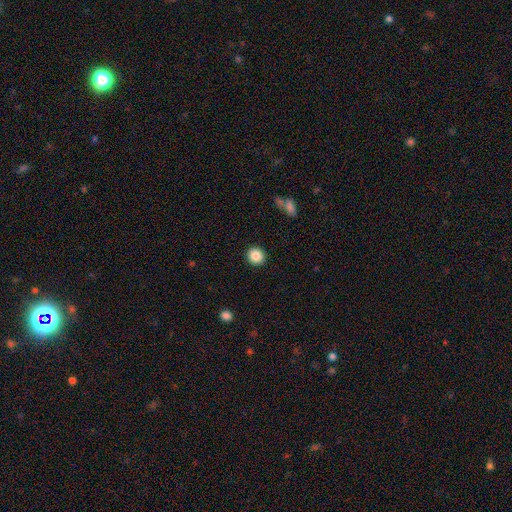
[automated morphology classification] A smooth galaxy with no disk features (87%) that is round (88%).

Vote fractions:
- Smooth or featured? smooth: 87% / star or artifact: 9% / featured or disk: 4%
- How rounded? round: 88% / in between: 11% / cigar-shaped: 1%
- Merging? none: 92% / minor disturbance: 5% / major disturbance: 2% / merger: 1%